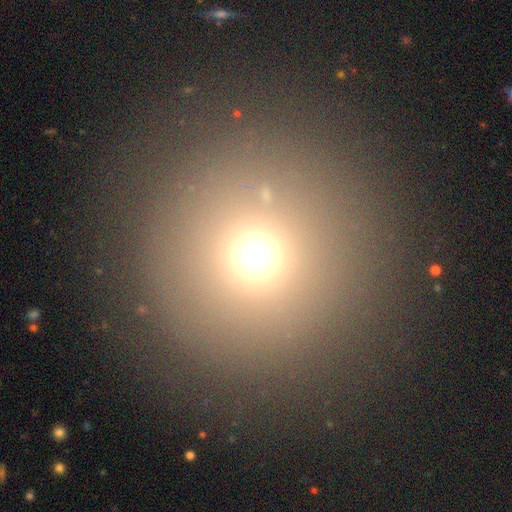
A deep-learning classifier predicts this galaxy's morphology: Smooth or featured?
  - smooth: 66% *
  - star or artifact: 25%
  - featured or disk: 9%
How rounded?
  - round: 95% *
  - in between: 4%
  - cigar-shaped: 1%
Merging?
  - none: 87% *
  - minor disturbance: 6%
  - major disturbance: 4%
  - merger: 3%